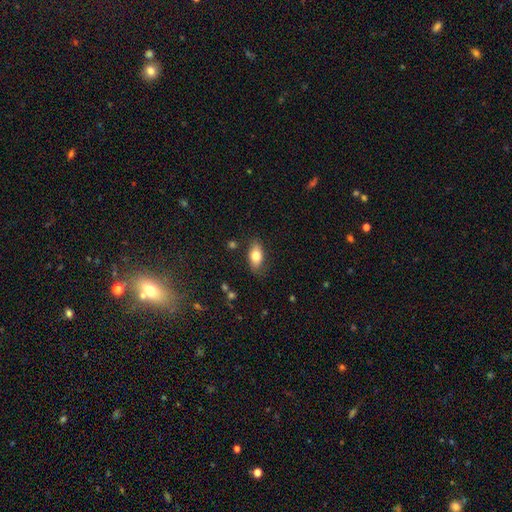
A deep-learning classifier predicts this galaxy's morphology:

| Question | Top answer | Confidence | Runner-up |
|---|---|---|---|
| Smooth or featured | smooth | 79% | featured or disk (14%) |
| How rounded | in between | 89% | round (6%) |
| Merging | none | 81% | minor disturbance (14%) |